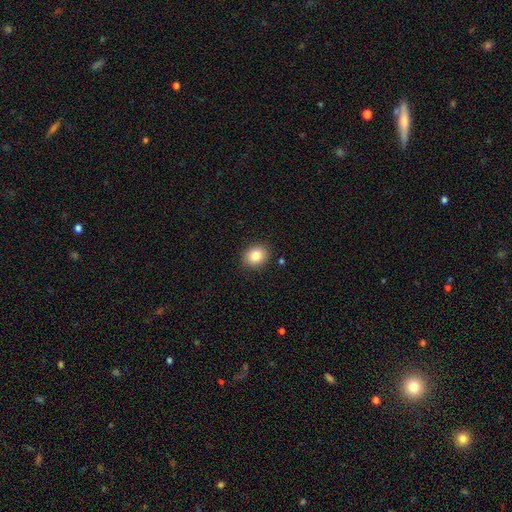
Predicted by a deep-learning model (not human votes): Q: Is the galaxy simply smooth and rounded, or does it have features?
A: smooth — 83%.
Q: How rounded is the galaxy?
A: round — 59%.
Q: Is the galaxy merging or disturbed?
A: none — 88%.